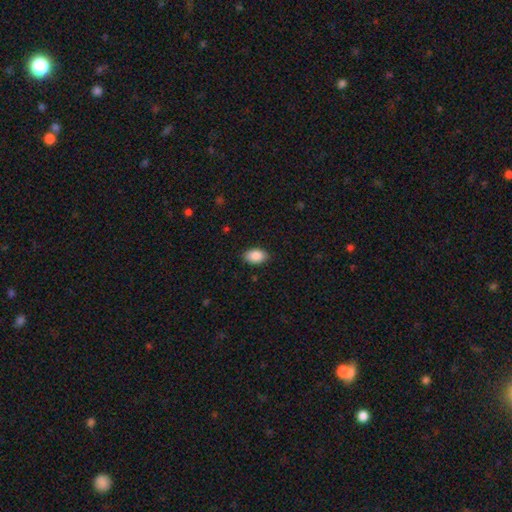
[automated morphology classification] Smooth or featured? Predicted: smooth (p=0.89). How rounded? Predicted: in between (p=0.93). Merging? Predicted: none (p=0.88).